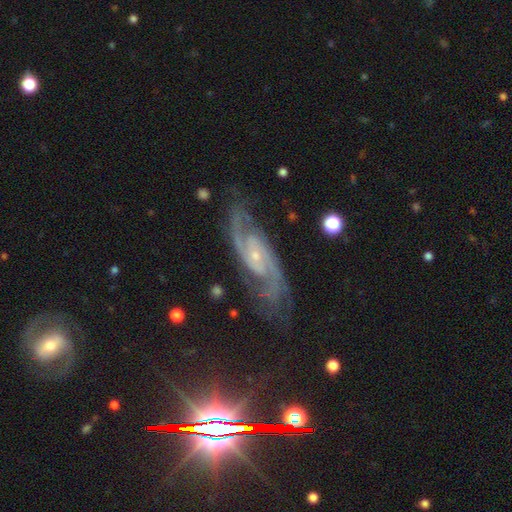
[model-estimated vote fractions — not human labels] Smooth or featured?
  - featured or disk: 90% *
  - star or artifact: 6%
  - smooth: 4%
Edge-on disk?
  - no: 94% *
  - yes: 6%
Bar?
  - no: 54% *
  - weak: 35%
  - strong: 11%
Spiral arms?
  - yes: 98% *
  - no: 2%
Spiral winding?
  - medium: 53% *
  - tight: 33%
  - loose: 14%
Spiral arm count?
  - 2: 83% *
  - 3: 5%
  - can't tell: 5%
  - 4: 2%
  - 1: 2%
  - more than 4: 2%
Bulge size?
  - small: 75% *
  - moderate: 20%
  - none: 3%
  - large: 1%
  - dominant: 1%
Merging?
  - none: 73% *
  - minor disturbance: 17%
  - major disturbance: 8%
  - merger: 2%